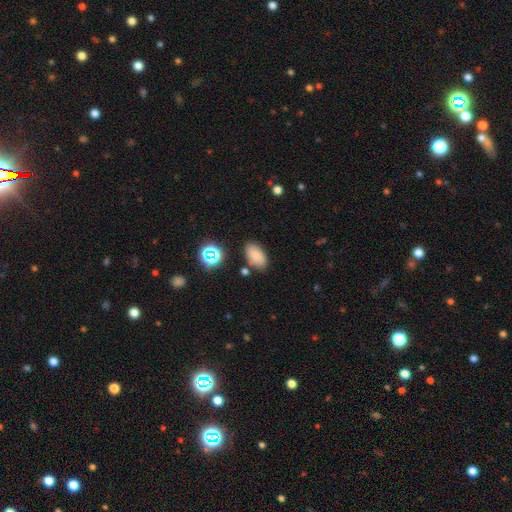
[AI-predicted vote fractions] The model was most divided on "merging": none: 78%, minor disturbance: 13%, merger: 5%, major disturbance: 4%. More confident: how rounded — in between (91%); smooth or featured — smooth (80%).